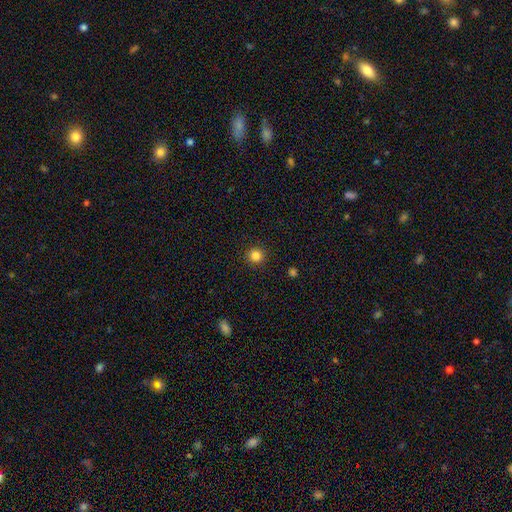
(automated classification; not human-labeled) smooth 84%, star or artifact 12%, featured or disk 4%. Down the decision tree: how rounded — round (94%); merging — none (92%).